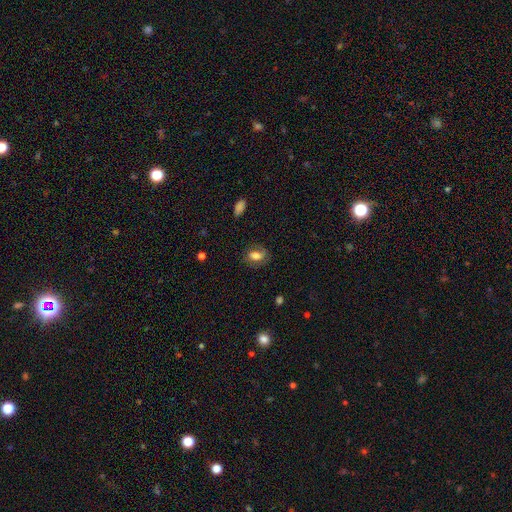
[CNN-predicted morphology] The model was most divided on "smooth or featured": smooth: 66%, featured or disk: 25%, star or artifact: 10%. More confident: how rounded — in between (78%); merging — none (70%).